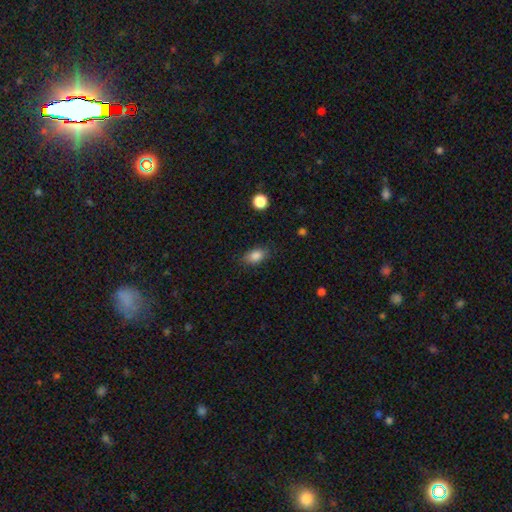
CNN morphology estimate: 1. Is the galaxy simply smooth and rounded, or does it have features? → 85% smooth, 9% star or artifact, 6% featured or disk.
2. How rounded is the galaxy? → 84% in between, 13% round, 3% cigar-shaped.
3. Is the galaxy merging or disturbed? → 80% none, 15% minor disturbance, 4% major disturbance, 1% merger.